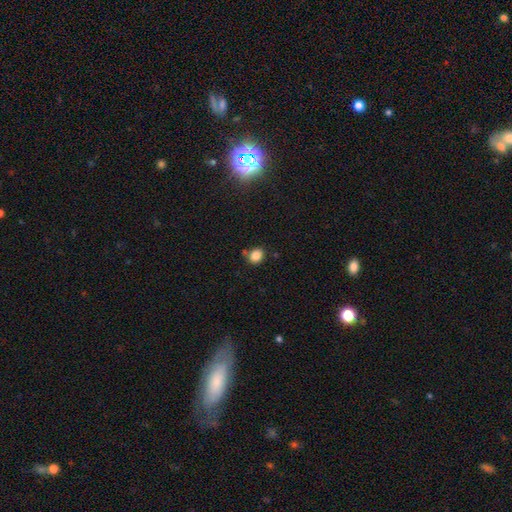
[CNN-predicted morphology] Smooth or featured? smooth (85%)
How rounded? round (55%)
Merging? none (76%)